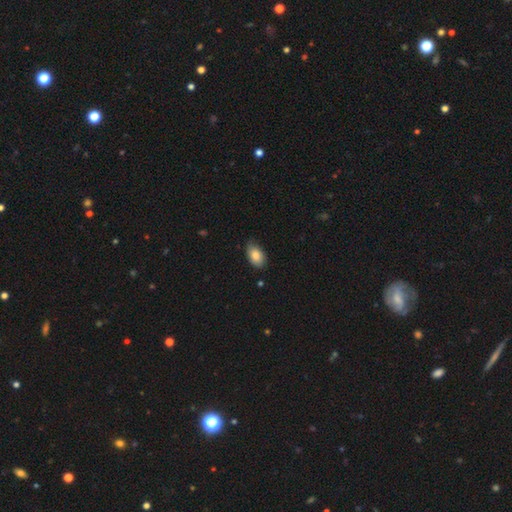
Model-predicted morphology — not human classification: smooth 83%, featured or disk 10%, star or artifact 7%. Down the decision tree: how rounded — in between (92%); merging — none (73%).